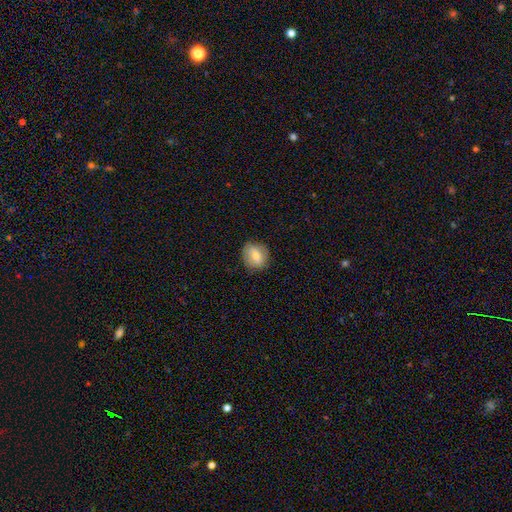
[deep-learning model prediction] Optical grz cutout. It shows a smooth galaxy with no disk features (71%) that is round (68%). Merging: none (81%).